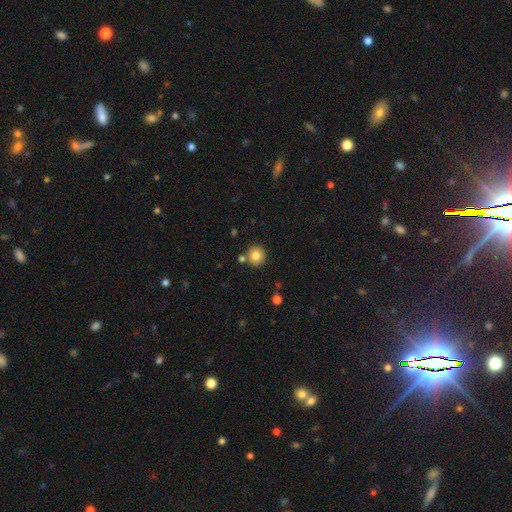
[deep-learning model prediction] This is clearly a smooth galaxy (83%). How rounded: clearly round (93%). Merging: clearly none (82%).